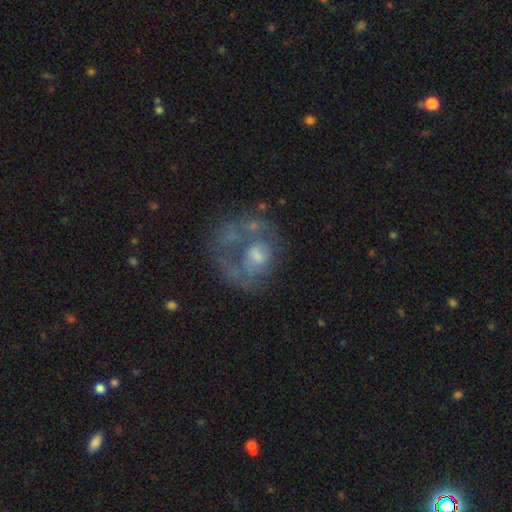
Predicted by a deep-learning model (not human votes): featured or disk 59%, smooth 30%, star or artifact 11%. Down the decision tree: edge-on disk — no (98%); bar — no (74%); spiral arms — no (64%); bulge size — moderate (40%); merging — major disturbance (41%).